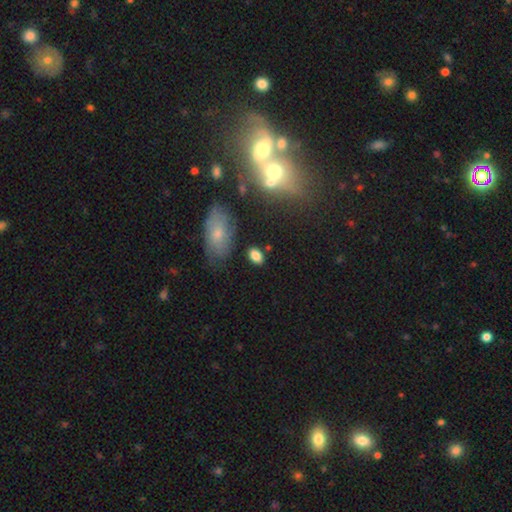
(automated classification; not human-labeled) This appears to be a smooth galaxy with no disk features (81%) that is in between round and cigar-shaped (84%). Merging: none (80%).